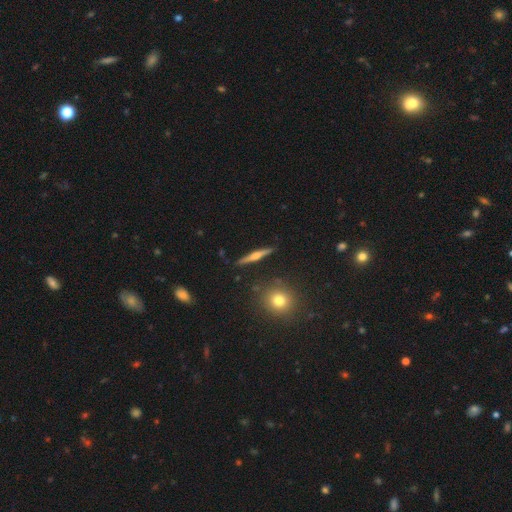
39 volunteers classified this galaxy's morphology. Smooth or featured?
  - featured or disk: 62% *
  - smooth: 31%
  - star or artifact: 8%
Edge-on disk?
  - yes: 96% *
  - no: 4%
Edge-on bulge?
  - rounded: 87% *
  - boxy: 9%
  - none: 4%
Merging?
  - none: 89% *
  - minor disturbance: 6%
  - major disturbance: 3%
  - merger: 3%